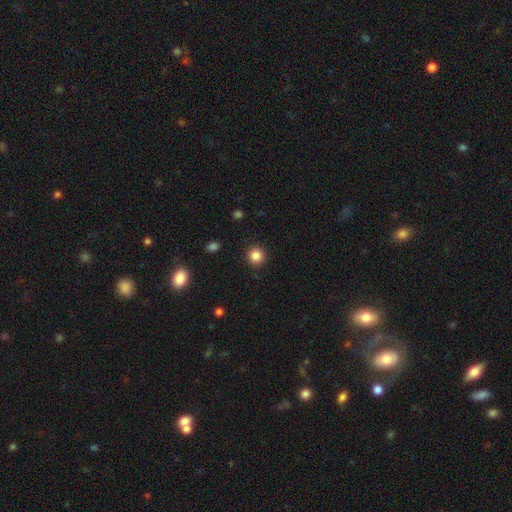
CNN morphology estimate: A smooth galaxy with no disk features (85%) that is round (93%).

Vote fractions:
- Smooth or featured? smooth: 85% / star or artifact: 11% / featured or disk: 4%
- How rounded? round: 93% / in between: 6% / cigar-shaped: 1%
- Merging? none: 91% / minor disturbance: 6% / major disturbance: 2% / merger: 1%